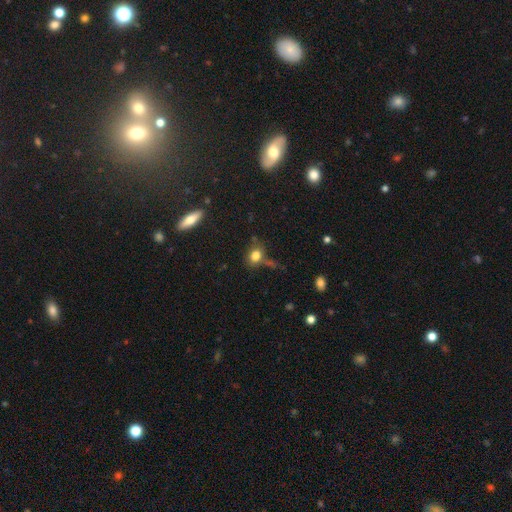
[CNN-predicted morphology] smooth_or_featured: smooth (p=0.79) [alt: star or artifact p=0.12]
how_rounded: round (p=0.49) [alt: in between p=0.48]
merging: none (p=0.61) [alt: minor disturbance p=0.19]